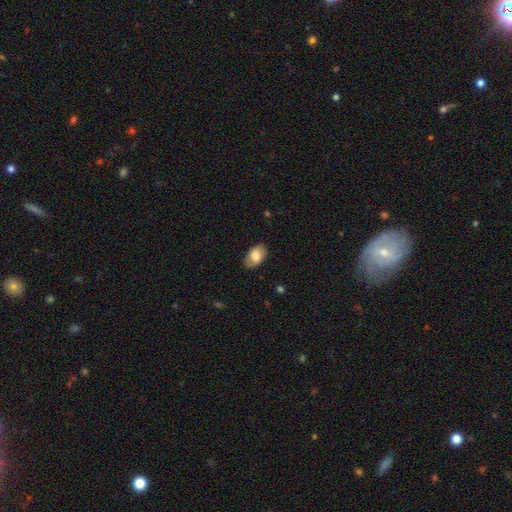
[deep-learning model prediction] This appears to be a smooth galaxy with no disk features (81%) that is in between round and cigar-shaped (91%). Merging: none (81%).